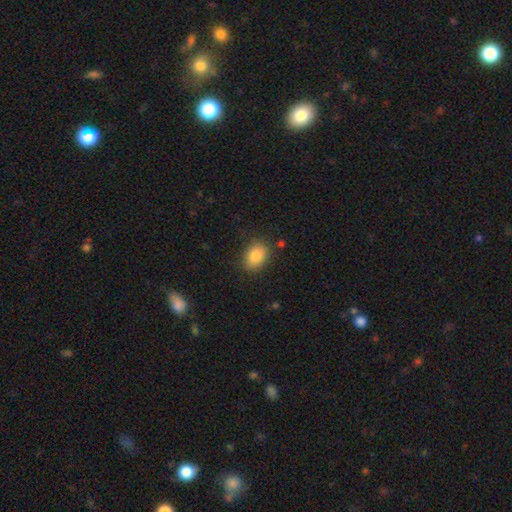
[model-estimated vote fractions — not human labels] Smooth or featured? Predicted: smooth (p=0.85). How rounded? Predicted: in between (p=0.74). Merging? Predicted: none (p=0.81).